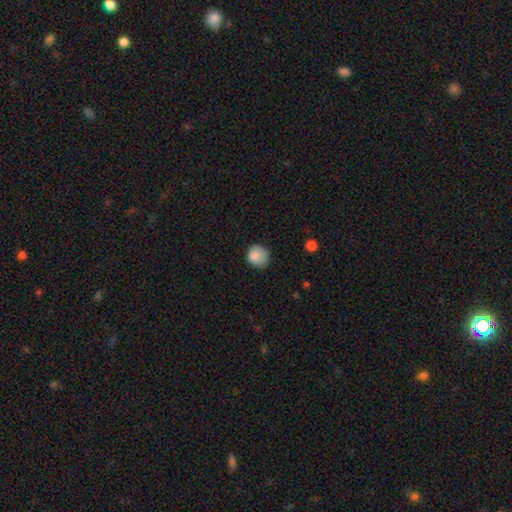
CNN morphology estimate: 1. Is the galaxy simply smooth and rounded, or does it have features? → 85% smooth, 9% star or artifact, 5% featured or disk.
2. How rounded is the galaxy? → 85% round, 14% in between, 1% cigar-shaped.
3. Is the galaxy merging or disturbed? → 69% none, 24% minor disturbance, 6% major disturbance, 1% merger.